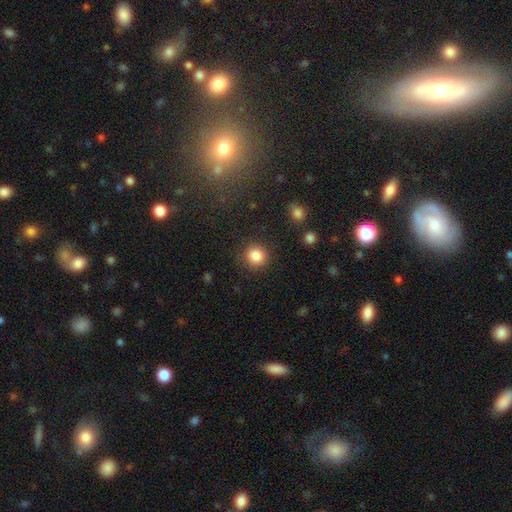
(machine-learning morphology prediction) A smooth galaxy with no disk features (85%) that is round (92%).

Vote fractions:
- Smooth or featured? smooth: 85% / star or artifact: 10% / featured or disk: 5%
- How rounded? round: 92% / in between: 7% / cigar-shaped: 1%
- Merging? none: 89% / minor disturbance: 7% / major disturbance: 3% / merger: 2%